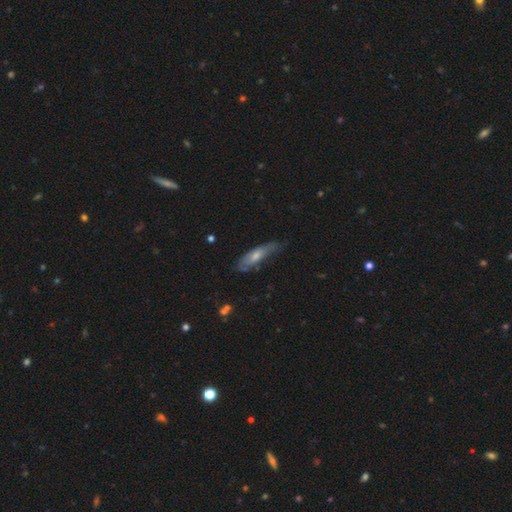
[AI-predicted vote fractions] A featured or disk galaxy (47%).

Vote fractions:
- Smooth or featured? featured or disk: 47% / smooth: 44% / star or artifact: 9%
- Merging? none: 52% / minor disturbance: 33% / major disturbance: 12% / merger: 2%